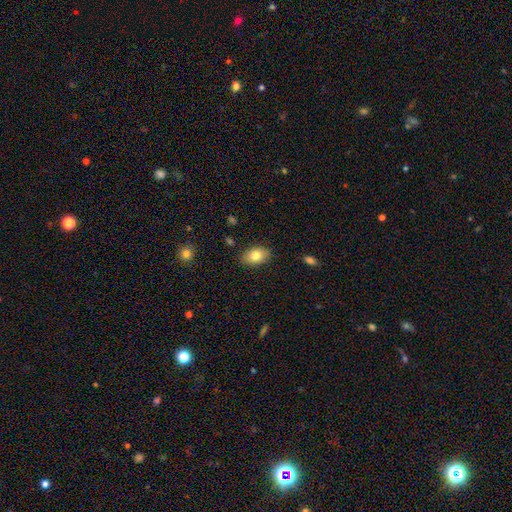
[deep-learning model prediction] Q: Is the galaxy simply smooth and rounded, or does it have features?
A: smooth — 81%.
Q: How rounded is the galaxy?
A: in between — 86%.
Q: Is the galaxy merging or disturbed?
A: none — 85%.